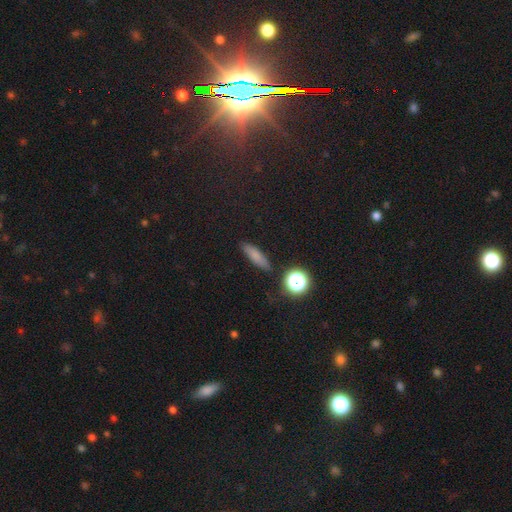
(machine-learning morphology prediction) Smooth or featured: smooth — 75% (star or artifact — 14%)
How rounded: cigar-shaped — 65% (in between — 27%)
Merging: none — 86% (minor disturbance — 9%)